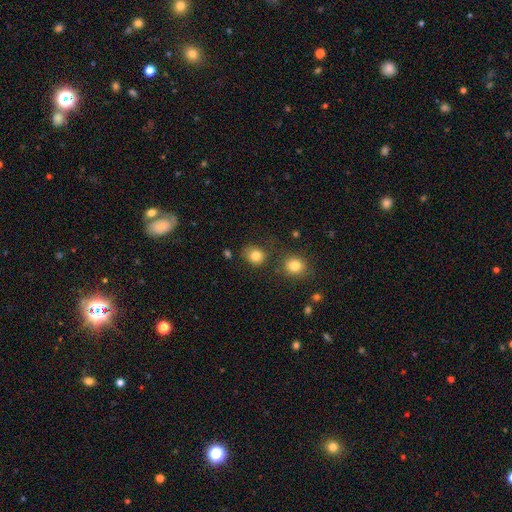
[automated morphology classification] This appears to be a smooth galaxy with no disk features (82%) that is round (71%). Merging: none (73%).